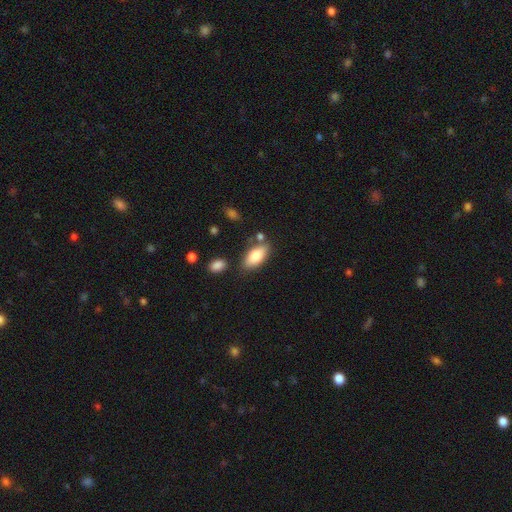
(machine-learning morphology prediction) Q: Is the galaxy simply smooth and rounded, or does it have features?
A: smooth — 80%.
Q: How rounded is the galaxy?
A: in between — 88%.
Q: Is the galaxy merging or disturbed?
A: none — 75%.